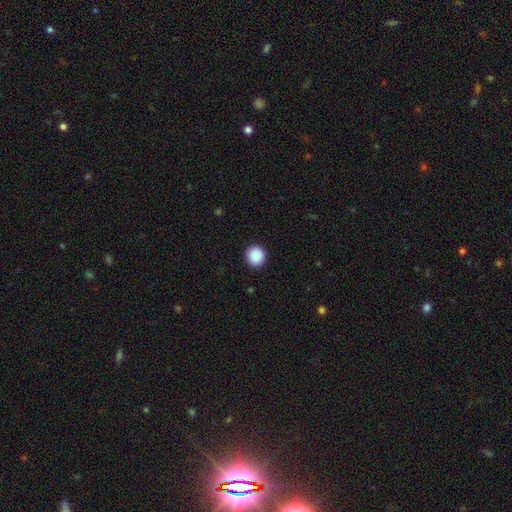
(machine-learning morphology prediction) The model was most divided on "smooth or featured": smooth: 90%, star or artifact: 8%, featured or disk: 2%. More confident: how rounded — round (94%); merging — none (92%).